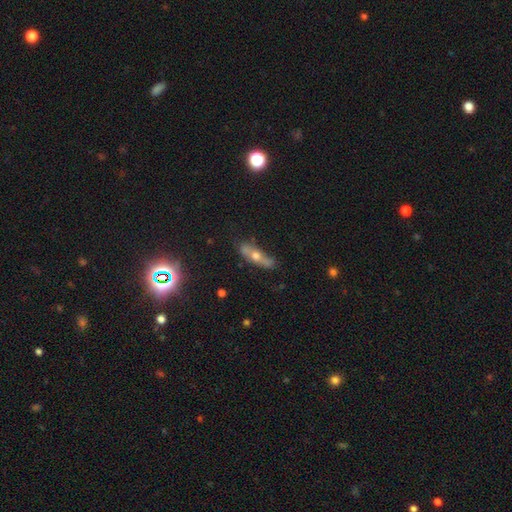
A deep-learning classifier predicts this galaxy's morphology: The model was most divided on "smooth or featured": featured or disk: 48%, smooth: 39%, star or artifact: 13%. More confident: merging — none (70%).